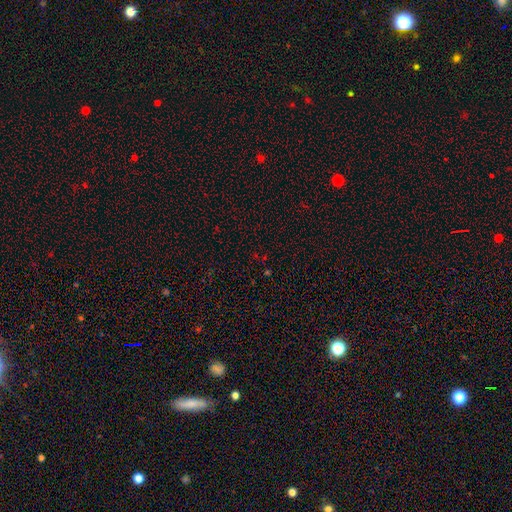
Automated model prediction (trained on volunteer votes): Smooth or featured? Predicted: star or artifact (p=0.62).